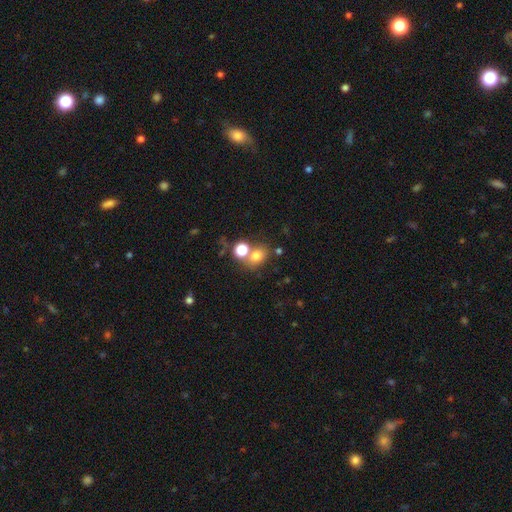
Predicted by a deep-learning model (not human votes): This is likely a smooth galaxy (73%). How rounded: possibly round (54%). Merging: possibly none (54%).